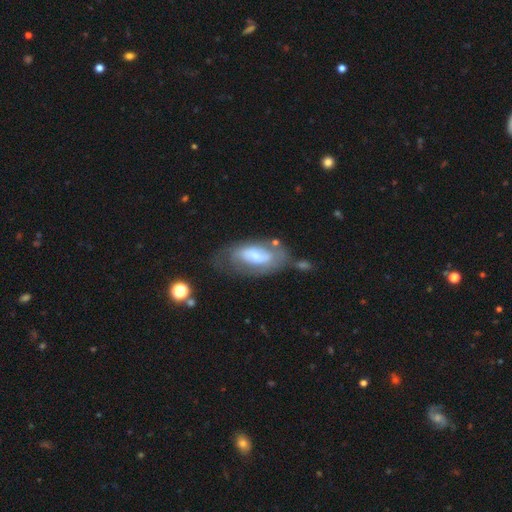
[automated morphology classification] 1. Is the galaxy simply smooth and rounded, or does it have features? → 50% featured or disk, 43% smooth, 7% star or artifact.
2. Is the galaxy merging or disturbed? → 48% none, 25% minor disturbance, 18% major disturbance, 9% merger.